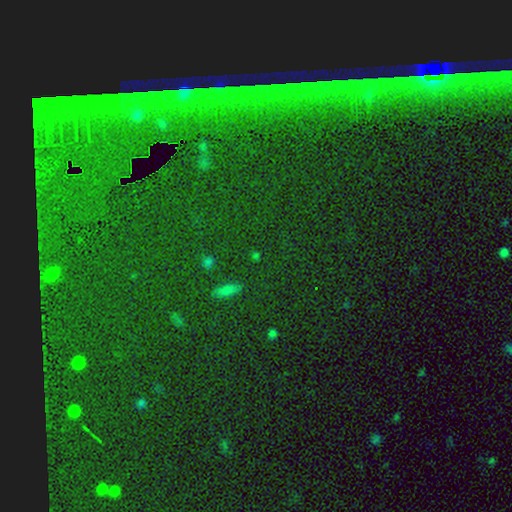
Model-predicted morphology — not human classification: This is possibly a star or artifact rather than a galaxy (46%).